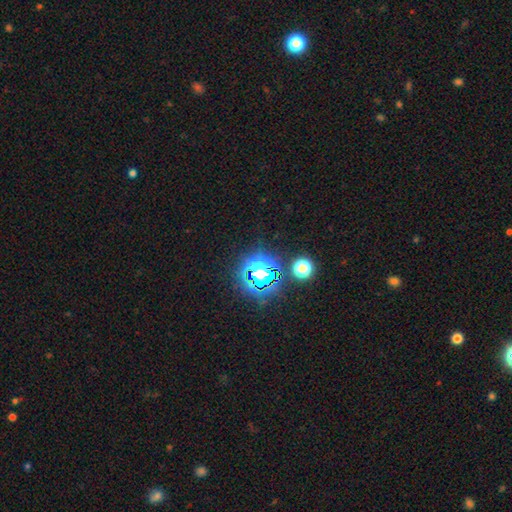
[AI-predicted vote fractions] Morphology: type=star or artifact (81%).